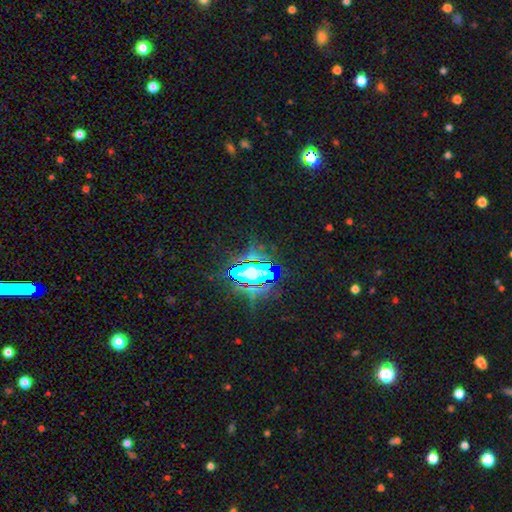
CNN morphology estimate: Smooth or featured? star or artifact (82%)